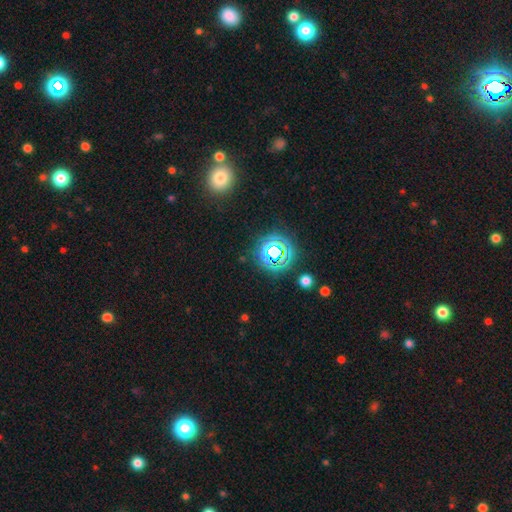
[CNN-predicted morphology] smooth_or_featured: star or artifact (p=0.59) [alt: smooth p=0.34]